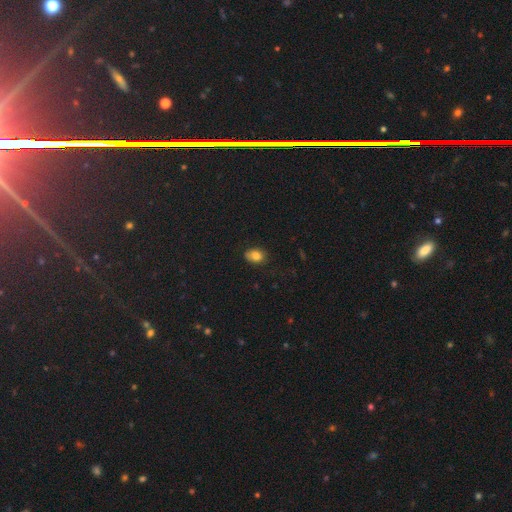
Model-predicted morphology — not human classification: Smooth or featured: smooth — 82% (star or artifact — 10%)
How rounded: in between — 71% (round — 28%)
Merging: none — 76% (minor disturbance — 19%)